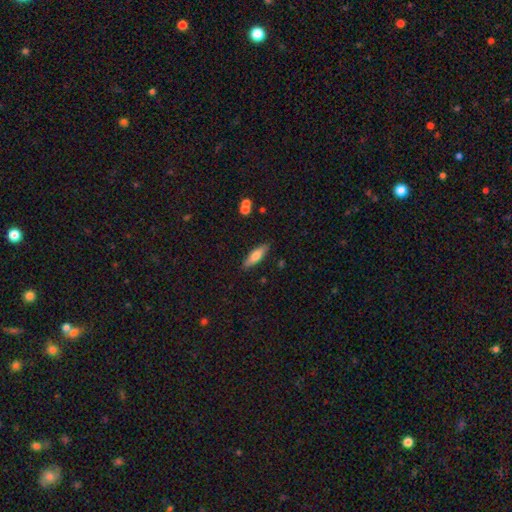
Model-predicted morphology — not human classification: Smooth or featured: smooth — 69% (featured or disk — 25%)
How rounded: cigar-shaped — 59% (in between — 39%)
Merging: none — 86% (minor disturbance — 10%)